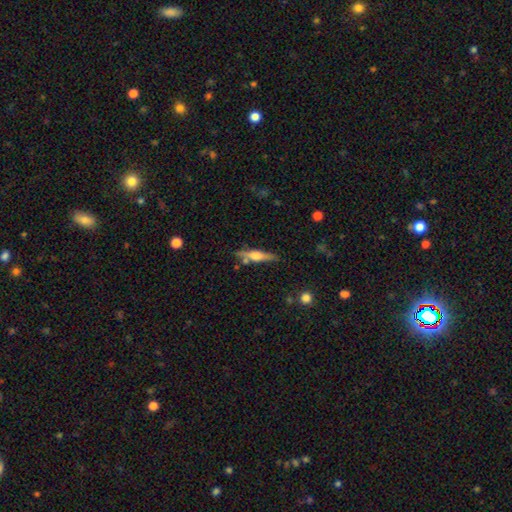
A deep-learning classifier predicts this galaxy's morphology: type=featured or disk (56%); edge-on=yes (94%); edge-on bulge=rounded (88%); merging=none (76%).